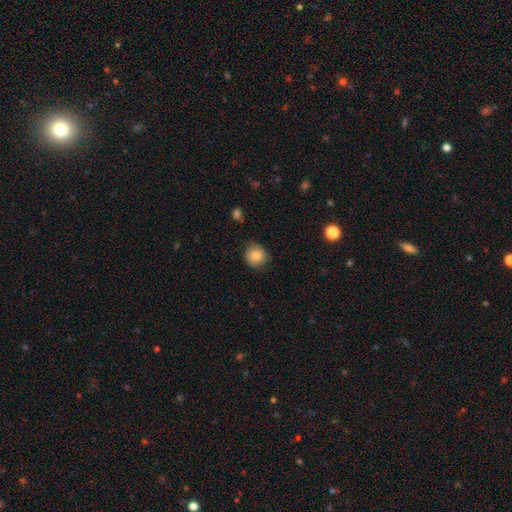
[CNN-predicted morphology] smooth-or-featured: smooth: 83% | star or artifact: 9% | featured or disk: 8%
  how-rounded: round: 85% | in between: 14% | cigar-shaped: 1%
  merging: none: 78% | minor disturbance: 17% | major disturbance: 4% | merger: 1%